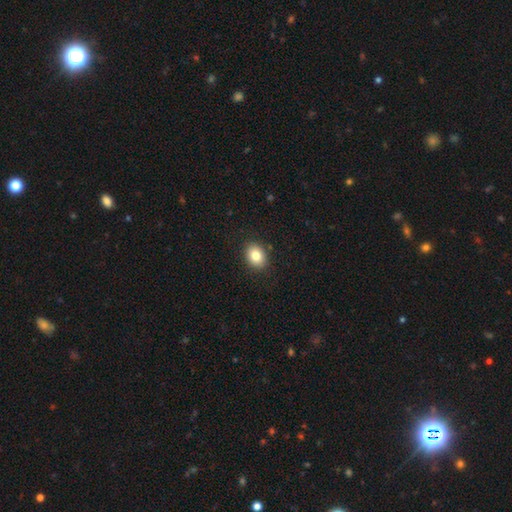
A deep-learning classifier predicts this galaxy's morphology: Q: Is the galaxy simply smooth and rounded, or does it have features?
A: smooth — 82%.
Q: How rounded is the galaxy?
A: in between — 60%.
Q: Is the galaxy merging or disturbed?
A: none — 89%.